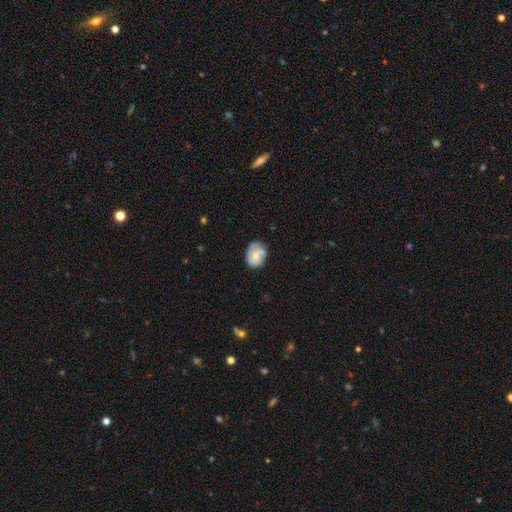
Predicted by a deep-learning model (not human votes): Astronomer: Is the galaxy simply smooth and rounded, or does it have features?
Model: smooth — 53% (runner-up: featured or disk, 39%).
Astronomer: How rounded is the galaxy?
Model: in between — 62%.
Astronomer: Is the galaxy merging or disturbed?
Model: none — 54% (runner-up: minor disturbance, 30%).